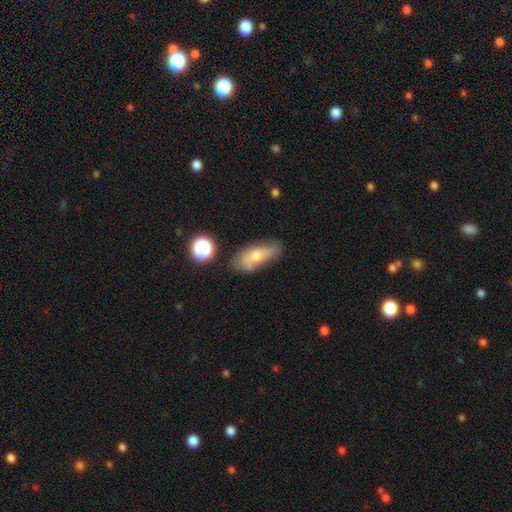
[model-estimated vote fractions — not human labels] Overall: smooth (50%; featured or disk 39%). Merging: none (61%; minor disturbance 26%).